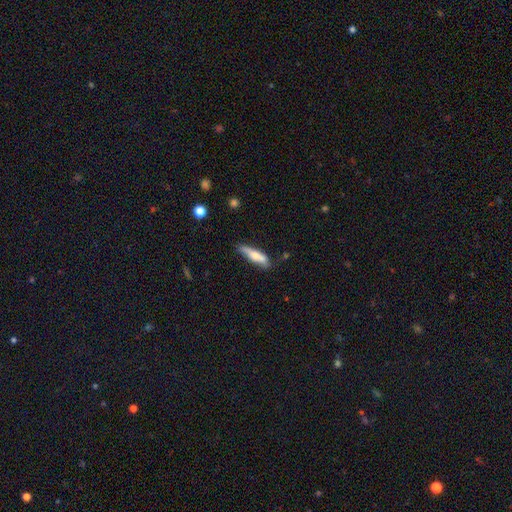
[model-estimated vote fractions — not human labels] Overall: smooth (55%; featured or disk 40%). How rounded: cigar-shaped (73%). Merging: none (63%; minor disturbance 25%).